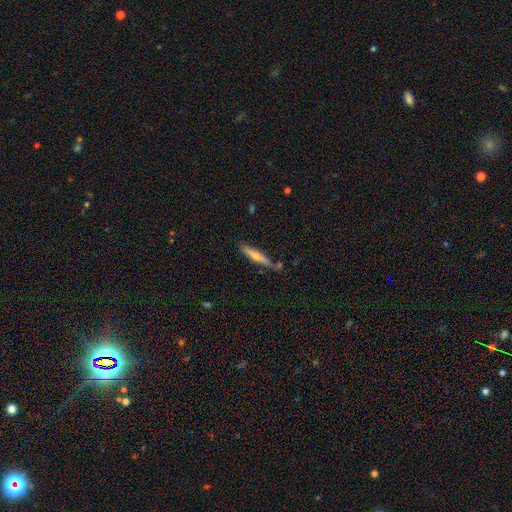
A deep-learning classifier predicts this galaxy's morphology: Q: Smooth or featured?
A: smooth (47%); runner-up: featured or disk (46%)
Q: Merging?
A: none (75%); runner-up: minor disturbance (16%)